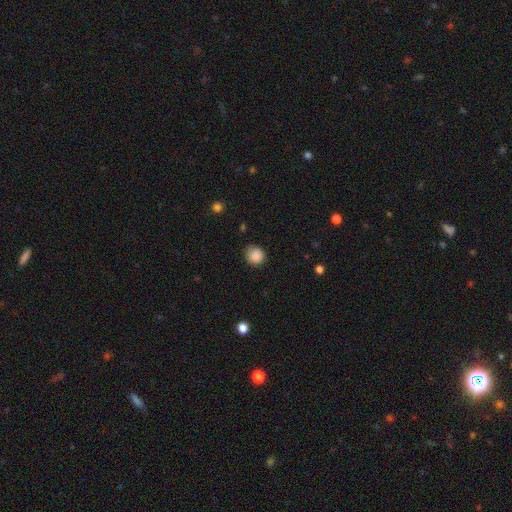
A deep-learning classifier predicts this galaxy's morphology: A smooth galaxy with no disk features (87%) that is round (89%).

Vote fractions:
- Smooth or featured? smooth: 87% / star or artifact: 9% / featured or disk: 4%
- How rounded? round: 89% / in between: 11% / cigar-shaped: 1%
- Merging? none: 76% / minor disturbance: 19% / major disturbance: 4% / merger: 1%